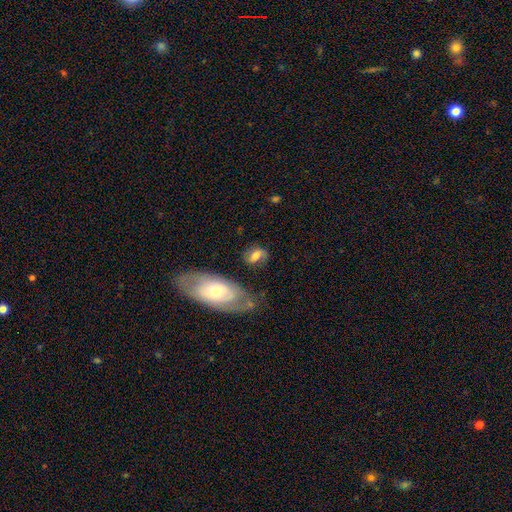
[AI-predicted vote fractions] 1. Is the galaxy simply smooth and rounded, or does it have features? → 58% smooth, 33% featured or disk, 9% star or artifact.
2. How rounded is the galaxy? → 72% in between, 23% round, 5% cigar-shaped.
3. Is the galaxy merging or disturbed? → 65% none, 20% minor disturbance, 8% major disturbance, 7% merger.